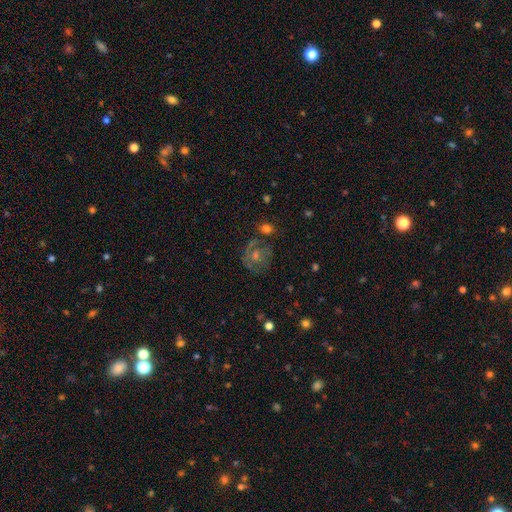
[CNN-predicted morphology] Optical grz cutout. It shows a featured or disk galaxy (56%) with no bar (73%), spiral arms (70%) and a moderate central bulge (57%). Merging: none (67%).